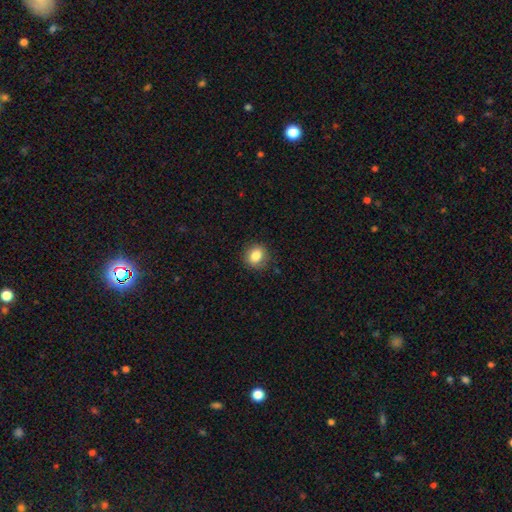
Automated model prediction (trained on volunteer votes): Smooth or featured: smooth — 83% (star or artifact — 10%)
How rounded: round — 73% (in between — 26%)
Merging: none — 86% (minor disturbance — 10%)